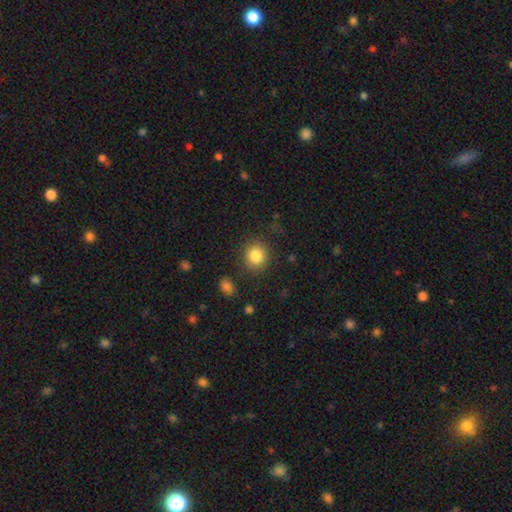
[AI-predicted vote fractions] A smooth galaxy with no disk features (84%) that is round (87%). Merging: none (86%).